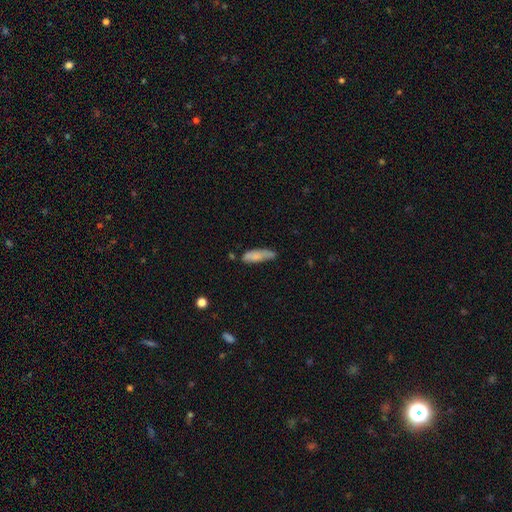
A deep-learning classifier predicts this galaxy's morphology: This is likely a smooth galaxy (78%). How rounded: possibly cigar-shaped (59%). Merging: possibly none (55%).